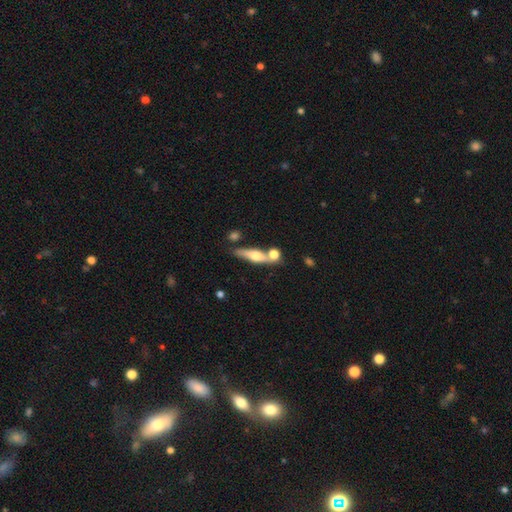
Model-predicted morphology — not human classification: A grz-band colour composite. It shows a featured or disk galaxy (52%) viewed edge-on (87%). Merging: none (64%).